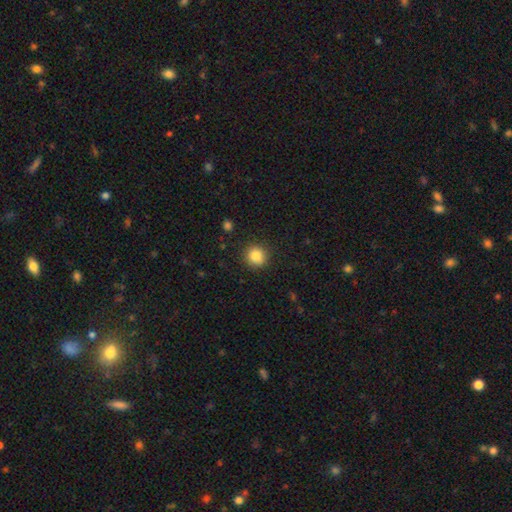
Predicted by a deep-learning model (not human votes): The model was most divided on "smooth or featured": smooth: 85%, star or artifact: 10%, featured or disk: 5%. More confident: merging — none (88%); how rounded — round (88%).